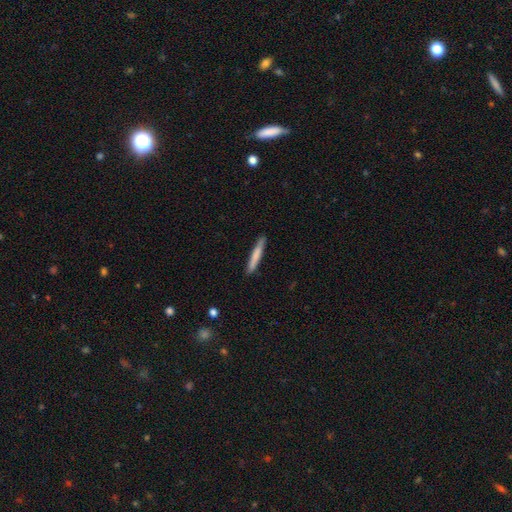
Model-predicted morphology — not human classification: Q: Smooth or featured?
A: smooth (72%); runner-up: featured or disk (23%)
Q: How rounded?
A: cigar-shaped (95%); runner-up: in between (3%)
Q: Merging?
A: none (87%); runner-up: minor disturbance (10%)